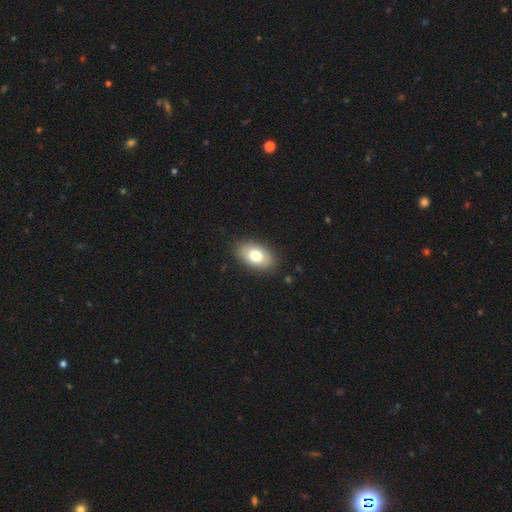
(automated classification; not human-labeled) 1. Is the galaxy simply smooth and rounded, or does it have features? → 75% smooth, 17% featured or disk, 8% star or artifact.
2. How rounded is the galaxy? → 91% in between, 8% round, 2% cigar-shaped.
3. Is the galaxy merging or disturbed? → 87% none, 9% minor disturbance, 2% major disturbance, 1% merger.